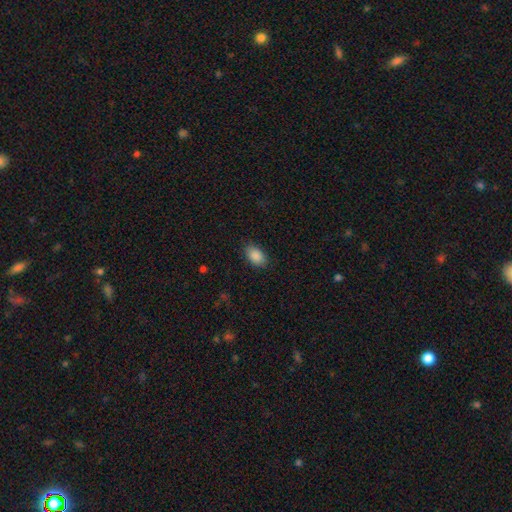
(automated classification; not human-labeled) This is clearly a smooth galaxy (89%). How rounded: clearly in between (91%). Merging: clearly none (86%).